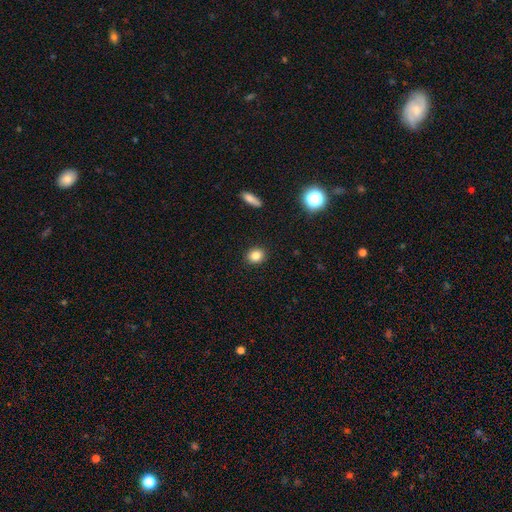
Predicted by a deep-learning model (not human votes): This appears to be a smooth galaxy with no disk features (84%) that is round (69%). Merging: none (91%).